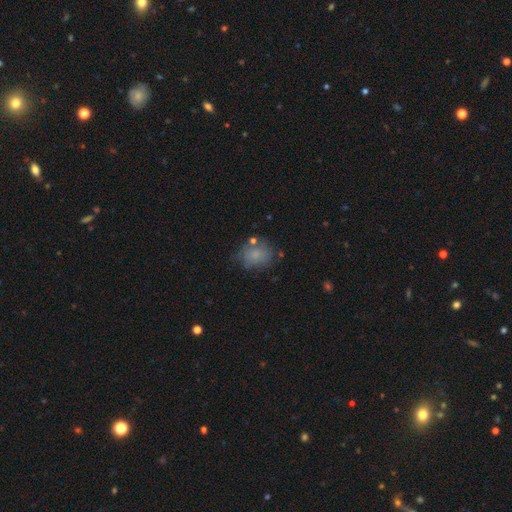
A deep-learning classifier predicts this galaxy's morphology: A smooth galaxy with no disk features (69%) that is round (61%). Merging: none (59%).